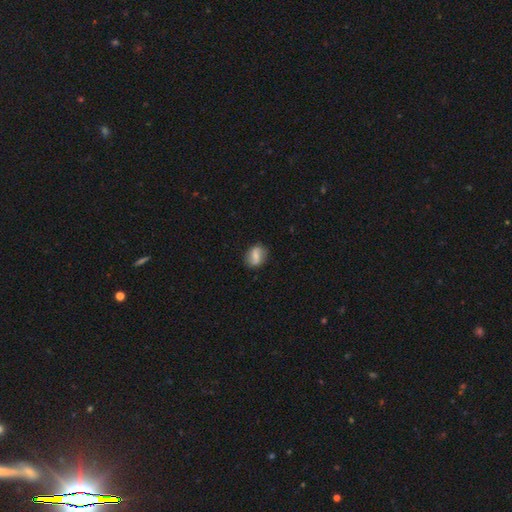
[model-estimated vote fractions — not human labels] A smooth galaxy with no disk features (53%) that is in between round and cigar-shaped (53%).

Vote fractions:
- Smooth or featured? smooth: 53% / featured or disk: 39% / star or artifact: 8%
- How rounded? in between: 53% / round: 44% / cigar-shaped: 2%
- Merging? none: 82% / minor disturbance: 13% / major disturbance: 3% / merger: 2%